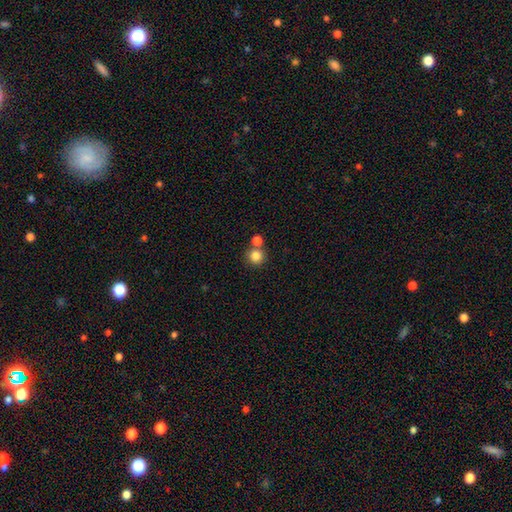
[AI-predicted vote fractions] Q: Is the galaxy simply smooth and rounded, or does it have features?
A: smooth — 84%.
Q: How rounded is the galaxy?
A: round — 93%.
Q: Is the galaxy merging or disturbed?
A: none — 66%.